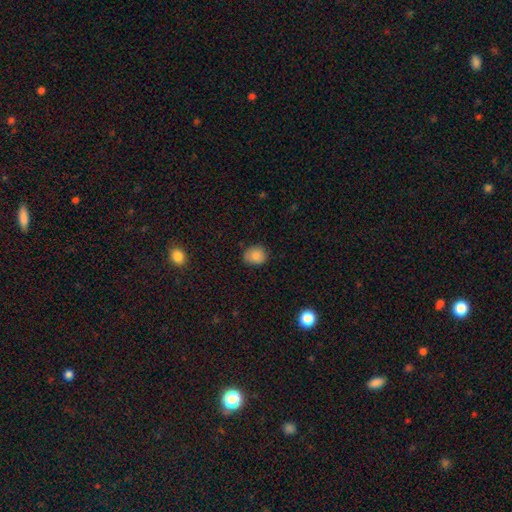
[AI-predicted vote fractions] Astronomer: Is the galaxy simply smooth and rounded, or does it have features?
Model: smooth — 85%.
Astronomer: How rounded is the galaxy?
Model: round — 63%.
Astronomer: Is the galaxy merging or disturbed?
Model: none — 78%.